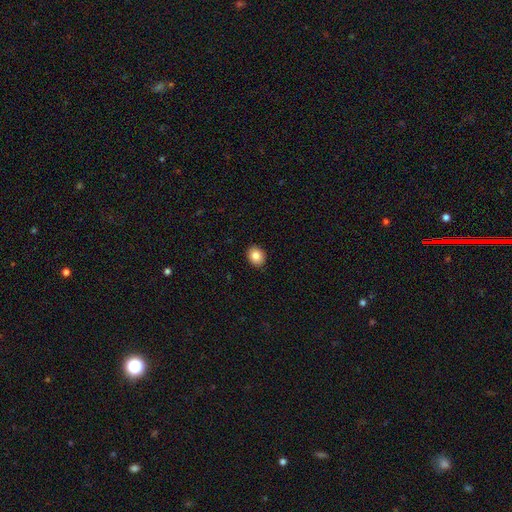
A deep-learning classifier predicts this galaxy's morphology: type=smooth (84%); roundness=round (58%); merging=none (91%).